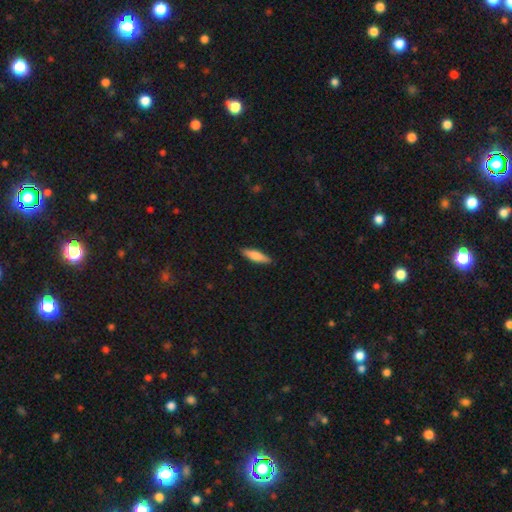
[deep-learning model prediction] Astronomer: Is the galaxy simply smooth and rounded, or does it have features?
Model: smooth — 74%.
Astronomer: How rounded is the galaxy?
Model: cigar-shaped — 65%.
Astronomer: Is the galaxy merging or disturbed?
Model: none — 89%.